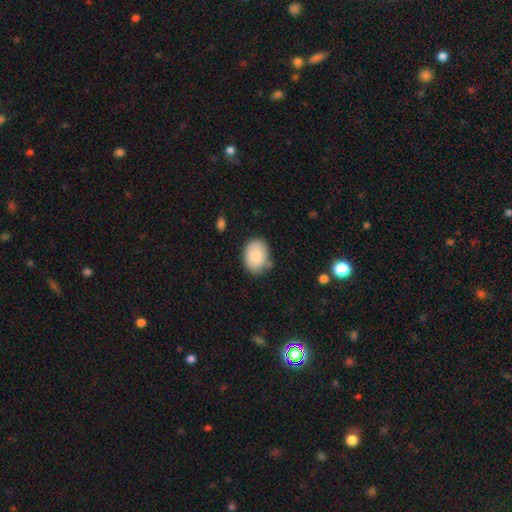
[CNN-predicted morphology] Overall: smooth (84%). How rounded: in between (71%). Merging: none (69%).